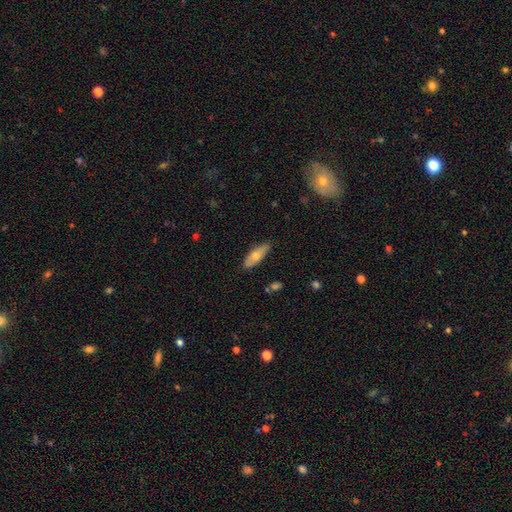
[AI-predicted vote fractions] Smooth or featured?
  - smooth: 61% *
  - featured or disk: 32%
  - star or artifact: 7%
How rounded?
  - in between: 56% *
  - cigar-shaped: 41%
  - round: 3%
Merging?
  - none: 82% *
  - minor disturbance: 14%
  - major disturbance: 2%
  - merger: 1%